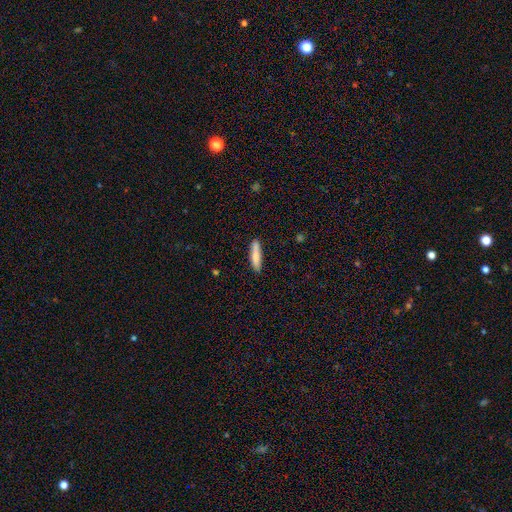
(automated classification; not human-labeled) This is clearly a smooth galaxy (80%). How rounded: clearly cigar-shaped (81%). Merging: clearly none (83%).